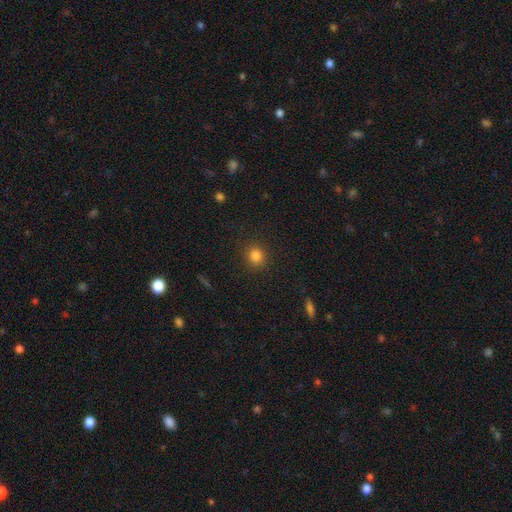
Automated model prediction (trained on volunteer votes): smooth 84%, star or artifact 12%, featured or disk 4%. Down the decision tree: how rounded — round (82%); merging — none (89%).